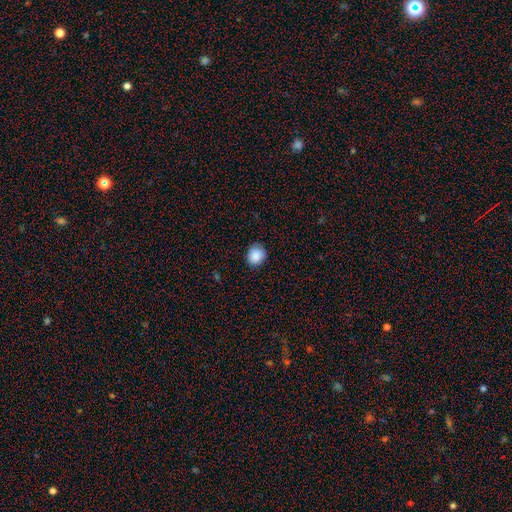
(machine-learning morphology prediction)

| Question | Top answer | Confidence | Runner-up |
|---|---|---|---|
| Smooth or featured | smooth | 88% | star or artifact (8%) |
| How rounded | round | 76% | in between (23%) |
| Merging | none | 83% | minor disturbance (13%) |